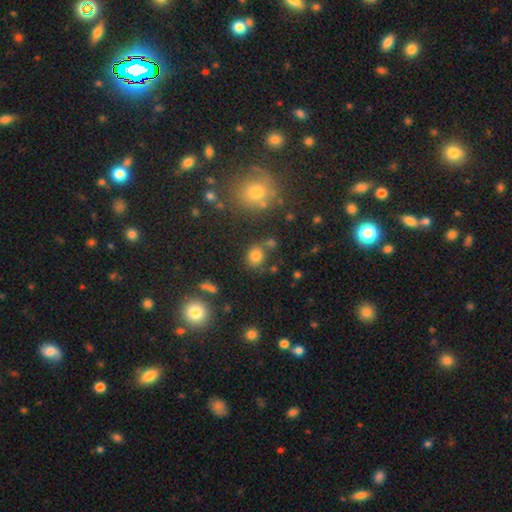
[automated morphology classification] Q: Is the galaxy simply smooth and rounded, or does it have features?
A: smooth — 77%.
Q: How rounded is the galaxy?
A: round — 74%.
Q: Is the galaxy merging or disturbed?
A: none — 71%.